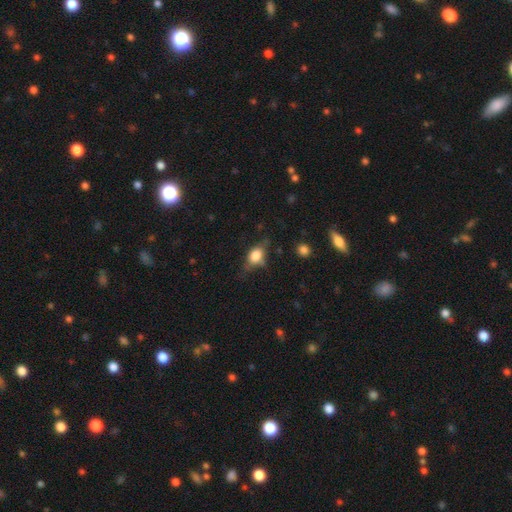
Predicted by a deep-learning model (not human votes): Smooth or featured: smooth — 73% (featured or disk — 18%)
How rounded: in between — 68% (round — 27%)
Merging: none — 54% (minor disturbance — 30%)